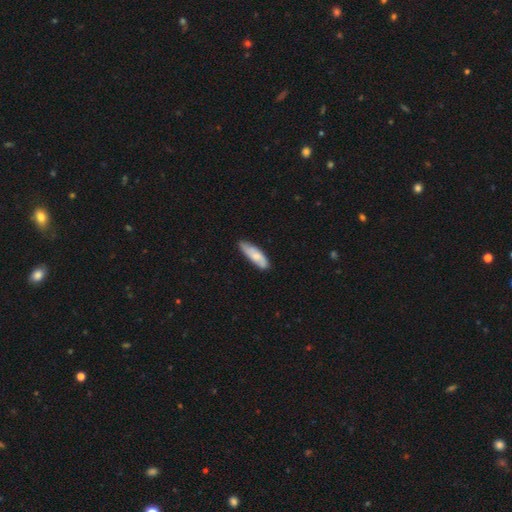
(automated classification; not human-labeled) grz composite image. It shows a smooth galaxy with no disk features (66%) that is in between round and cigar-shaped (51%). Merging: none (75%).